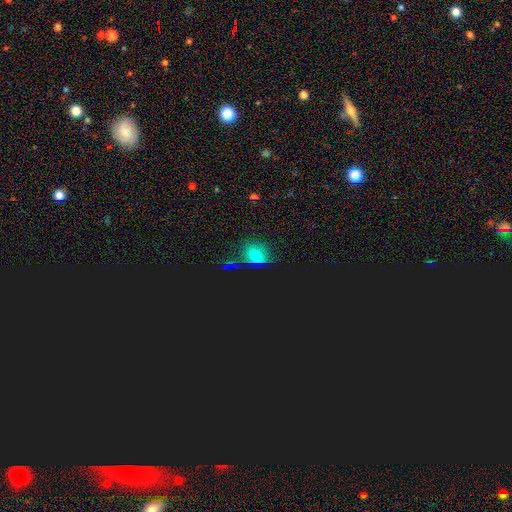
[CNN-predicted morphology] This appears to be a smooth galaxy with no disk features (49%). Merging: none (70%).